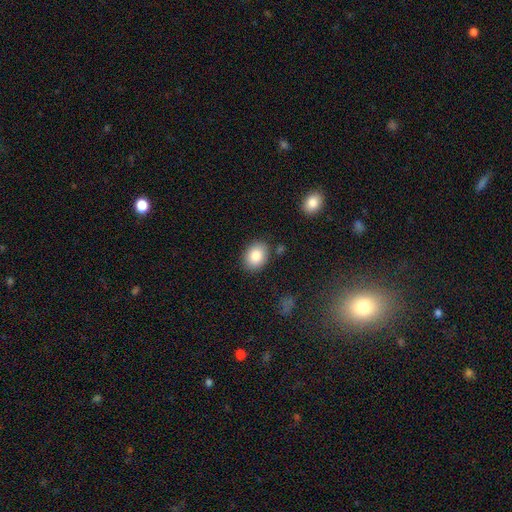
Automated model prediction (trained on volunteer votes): A smooth galaxy with no disk features (85%) that is in between round and cigar-shaped (64%).

Vote fractions:
- Smooth or featured? smooth: 85% / featured or disk: 8% / star or artifact: 8%
- How rounded? in between: 64% / round: 35% / cigar-shaped: 1%
- Merging? none: 83% / minor disturbance: 11% / merger: 3% / major disturbance: 3%